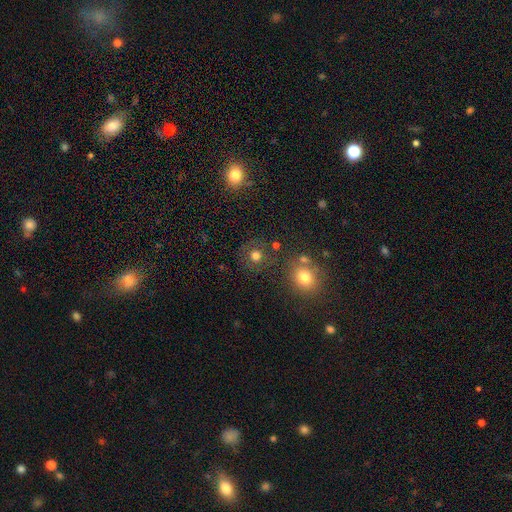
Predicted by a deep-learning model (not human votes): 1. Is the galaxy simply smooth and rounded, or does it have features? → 72% smooth, 17% star or artifact, 11% featured or disk.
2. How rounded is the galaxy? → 90% round, 9% in between, 1% cigar-shaped.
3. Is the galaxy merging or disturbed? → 79% none, 10% minor disturbance, 7% merger, 5% major disturbance.